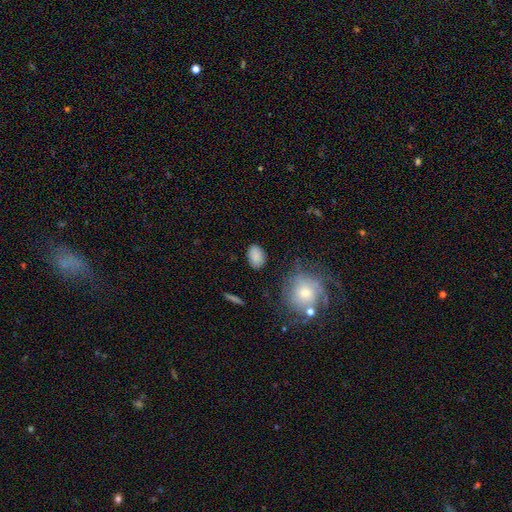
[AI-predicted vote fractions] smooth 85%, star or artifact 9%, featured or disk 6%. Down the decision tree: how rounded — in between (84%); merging — none (80%).